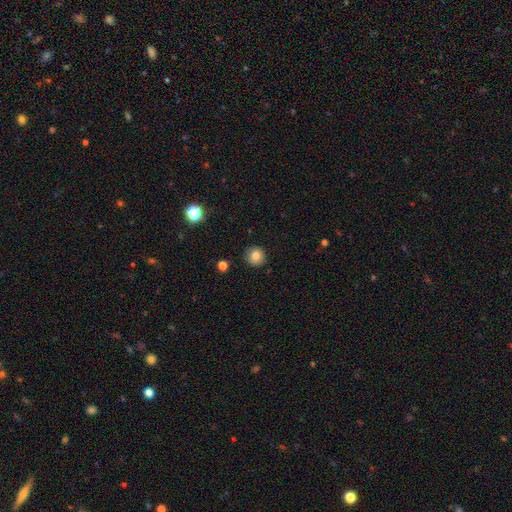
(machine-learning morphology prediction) A smooth galaxy with no disk features (82%) that is round (94%).

Vote fractions:
- Smooth or featured? smooth: 82% / star or artifact: 11% / featured or disk: 8%
- How rounded? round: 94% / in between: 5% / cigar-shaped: 1%
- Merging? none: 89% / minor disturbance: 8% / major disturbance: 2% / merger: 1%